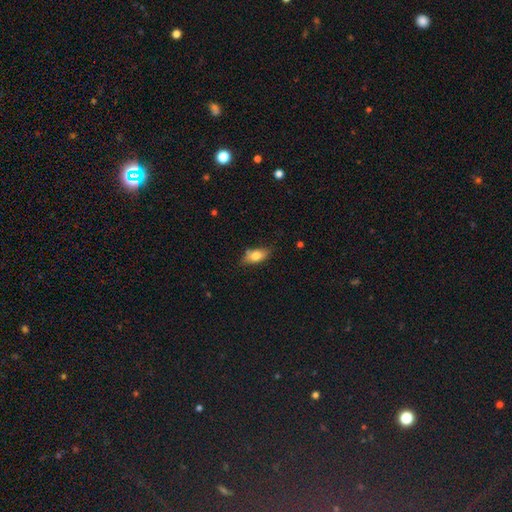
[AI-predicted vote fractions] Smooth or featured? Predicted: smooth (p=0.73). How rounded? Predicted: in between (p=0.85). Merging? Predicted: none (p=0.75).